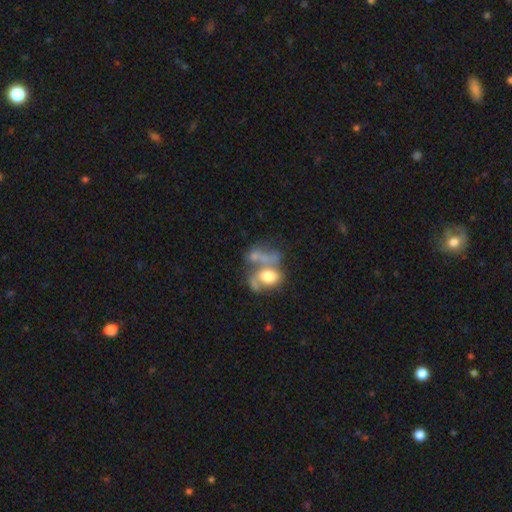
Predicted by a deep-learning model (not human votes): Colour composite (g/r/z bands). It shows a smooth galaxy with no disk features (44%). Merging: merger (51%).